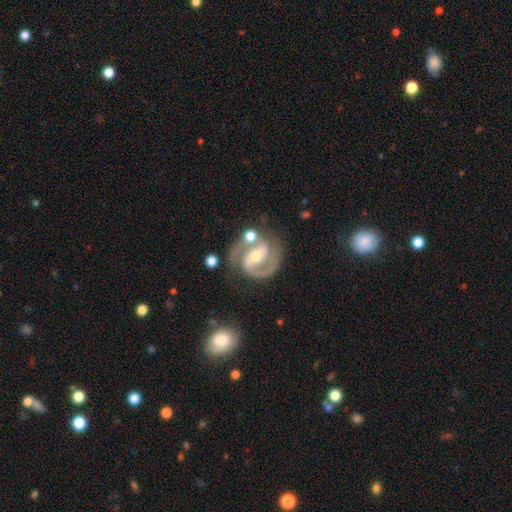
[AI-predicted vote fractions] Overall: featured or disk (91%). Edge-on disk: no (98%). Bar: strong (49%; weak 35%). Spiral arms: yes (98%). Spiral arm count: 2 (91%). Spiral winding: medium (55%; tight 35%). Bulge size: small (50%; moderate 45%). Merging: none (69%).